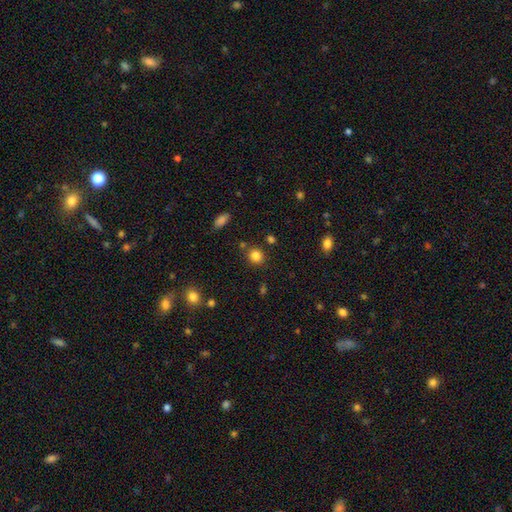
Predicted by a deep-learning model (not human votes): Morphology: type=smooth (83%); roundness=round (83%); merging=none (83%).